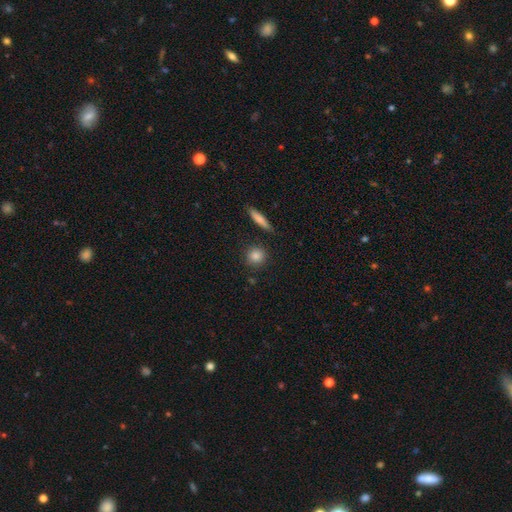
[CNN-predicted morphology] type=smooth (85%); roundness=round (84%); merging=none (85%).